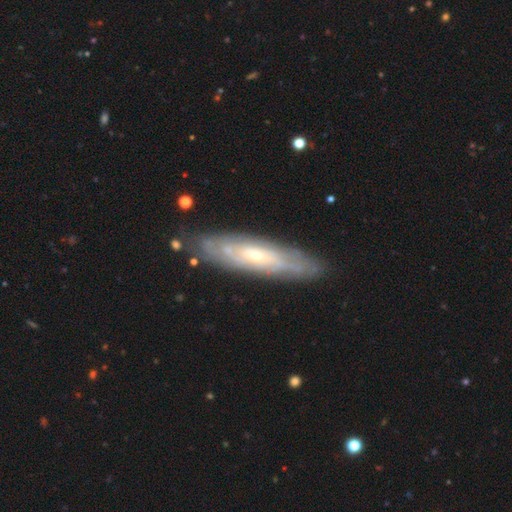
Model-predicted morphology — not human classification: Q: Smooth or featured?
A: featured or disk (71%); runner-up: smooth (23%)
Q: Edge-on disk?
A: no (65%); runner-up: yes (35%)
Q: Merging?
A: none (82%); runner-up: minor disturbance (13%)